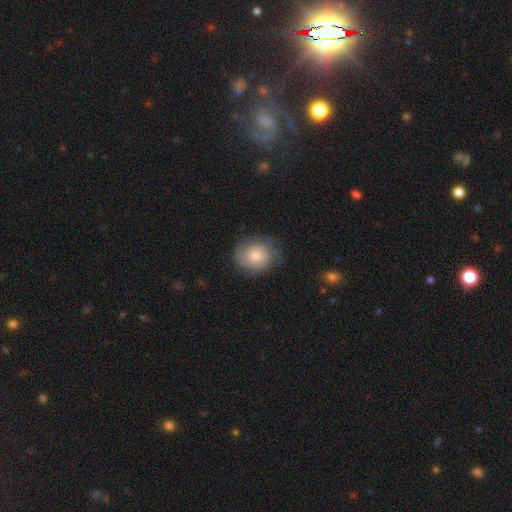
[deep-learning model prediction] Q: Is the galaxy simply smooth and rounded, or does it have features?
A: smooth — 66%.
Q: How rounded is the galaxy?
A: round — 72%.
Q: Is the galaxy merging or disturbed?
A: none — 68%.